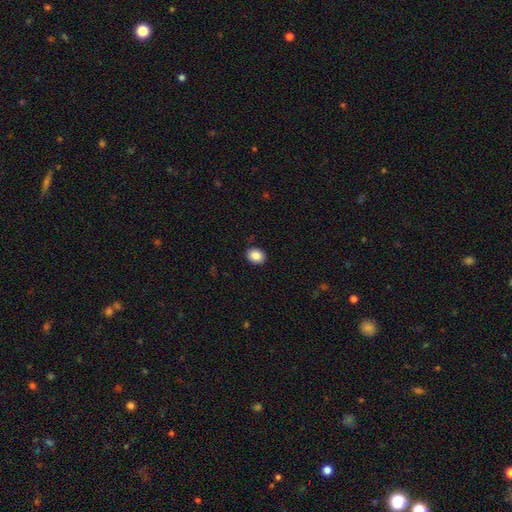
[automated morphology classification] This is clearly a smooth galaxy (87%). How rounded: possibly in between (54%). Merging: clearly none (89%).